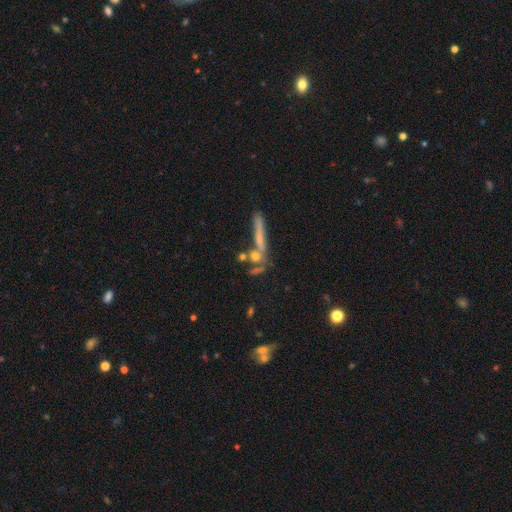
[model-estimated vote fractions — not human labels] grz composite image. It shows a smooth galaxy with no disk features (45%). Merging: none (54%).